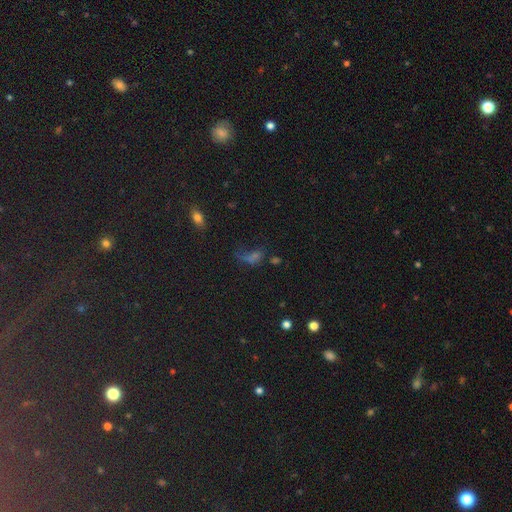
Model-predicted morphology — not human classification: Smooth or featured? star or artifact (46%)